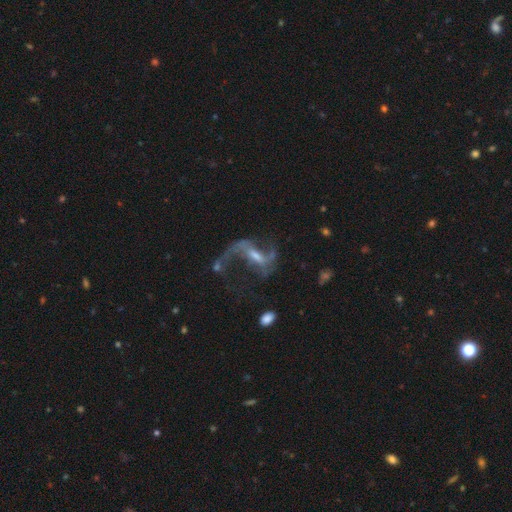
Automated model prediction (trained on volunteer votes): This is clearly a featured or disk galaxy (84%). It is clearly not viewed edge-on (94%). Bar: possibly weak (48%). Spiral arm pattern: clearly yes (90%). Spiral arm count: likely 2 (77%). Spiral winding: clearly loose (80%). Central bulge: possibly small (46%). Merging: marginally none (41%).